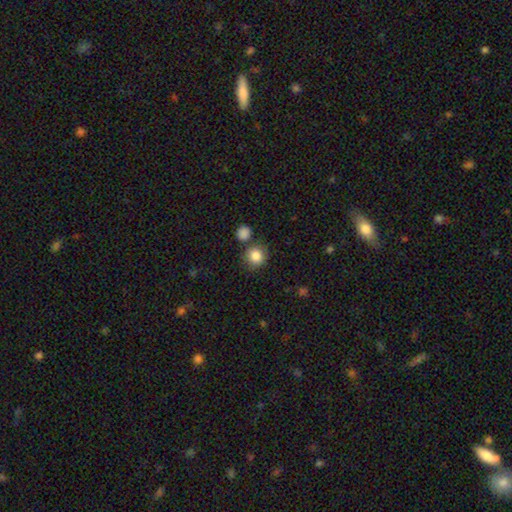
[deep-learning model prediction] The model was most divided on "merging": none: 75%, merger: 11%, minor disturbance: 10%, major disturbance: 3%. More confident: how rounded — round (89%); smooth or featured — smooth (86%).